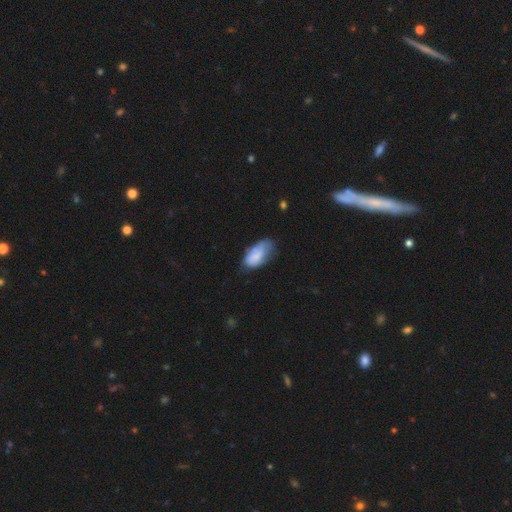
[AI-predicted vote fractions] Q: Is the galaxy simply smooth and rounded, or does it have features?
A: smooth — 72%.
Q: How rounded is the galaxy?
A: in between — 92%.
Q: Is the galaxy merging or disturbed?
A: none — 43%.